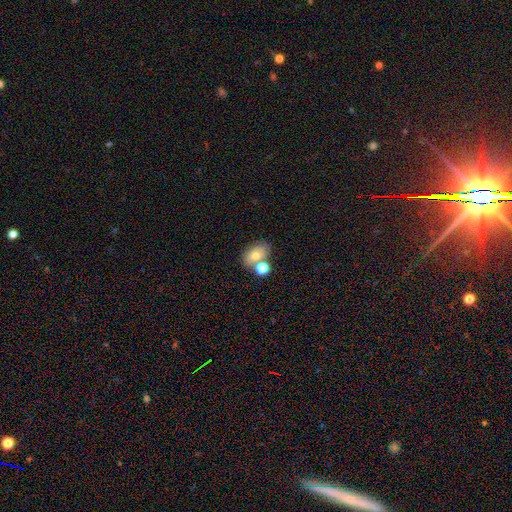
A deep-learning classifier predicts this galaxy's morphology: type=smooth (69%); roundness=in between (77%); merging=none (52%).